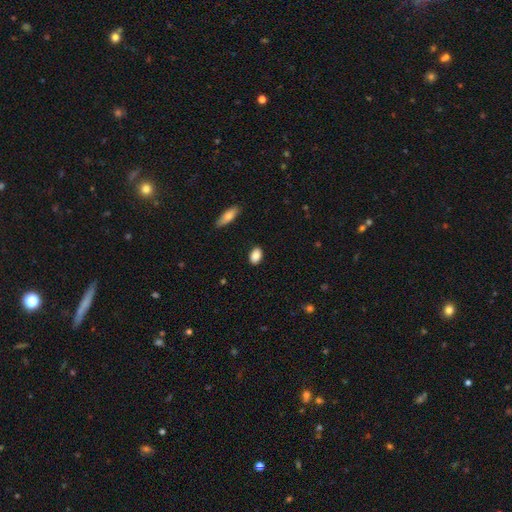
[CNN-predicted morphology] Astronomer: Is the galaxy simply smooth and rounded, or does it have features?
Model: smooth — 88%.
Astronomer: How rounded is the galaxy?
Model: in between — 87%.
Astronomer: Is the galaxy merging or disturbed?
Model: none — 88%.